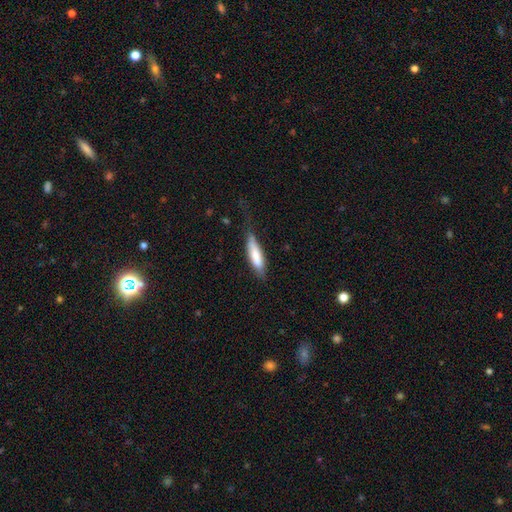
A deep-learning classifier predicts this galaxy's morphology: Overall: smooth (73%). How rounded: cigar-shaped (62%; in between 36%). Merging: none (53%; minor disturbance 31%).